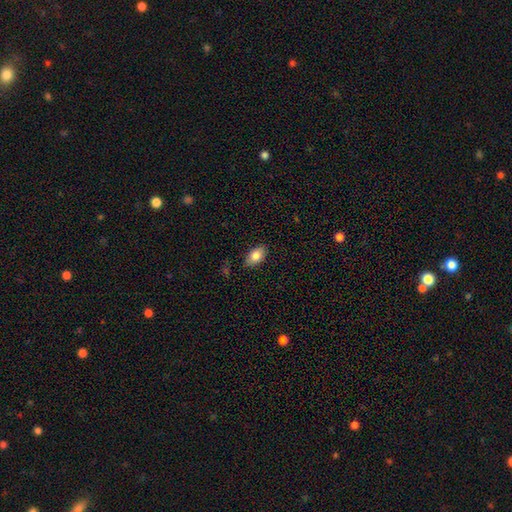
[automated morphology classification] This appears to be a smooth galaxy with no disk features (82%) that is in between round and cigar-shaped (91%). Merging: none (85%).